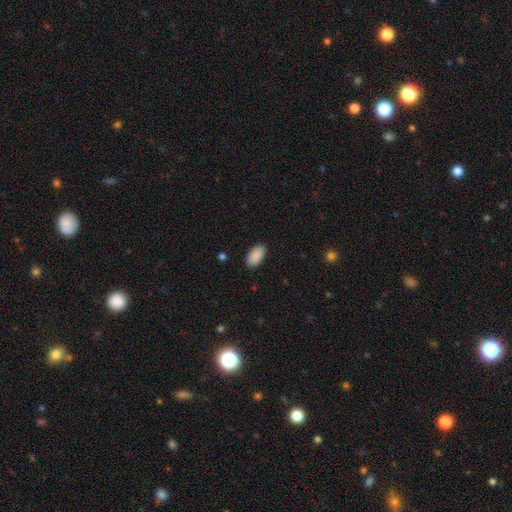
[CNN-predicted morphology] This appears to be a smooth galaxy with no disk features (91%) that is in between round and cigar-shaped (95%). Merging: none (88%).